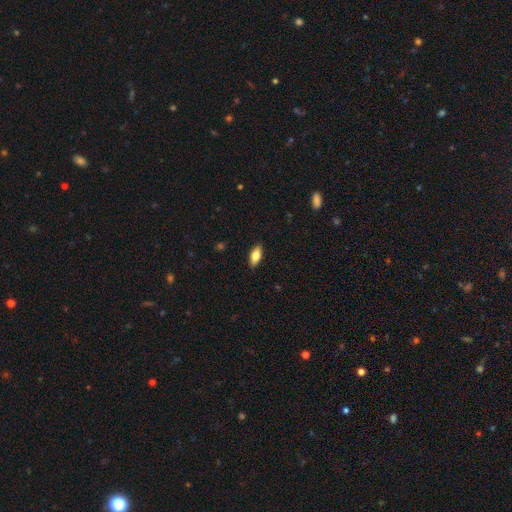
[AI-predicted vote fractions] Smooth or featured: smooth — 77% (featured or disk — 16%)
How rounded: in between — 87% (cigar-shaped — 11%)
Merging: none — 89% (minor disturbance — 9%)